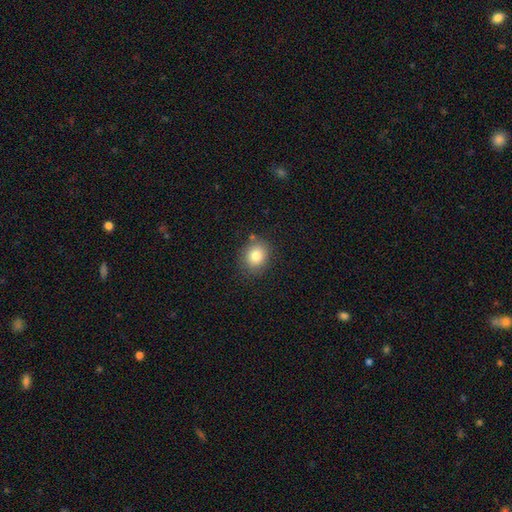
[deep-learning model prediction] This is clearly a smooth galaxy (81%). How rounded: likely round (68%). Merging: clearly none (81%).